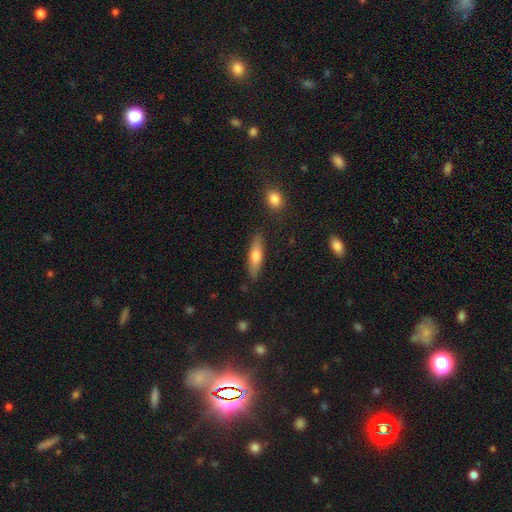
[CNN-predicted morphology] Smooth or featured?
  - smooth: 65% *
  - featured or disk: 29%
  - star or artifact: 6%
How rounded?
  - cigar-shaped: 67% *
  - in between: 31%
  - round: 2%
Merging?
  - none: 84% *
  - minor disturbance: 11%
  - merger: 2%
  - major disturbance: 2%